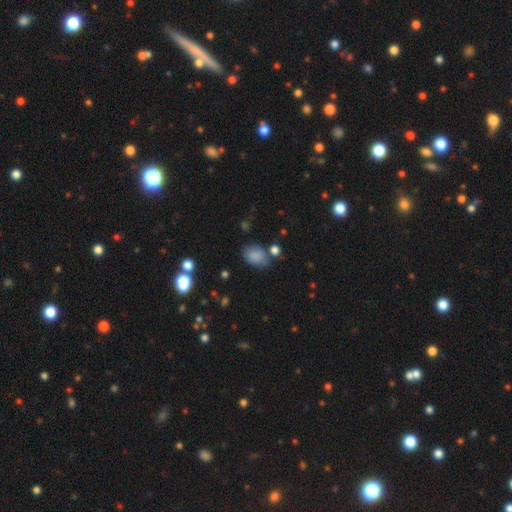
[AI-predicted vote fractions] This is clearly a smooth galaxy (82%). How rounded: likely in between (69%). Merging: likely none (64%).